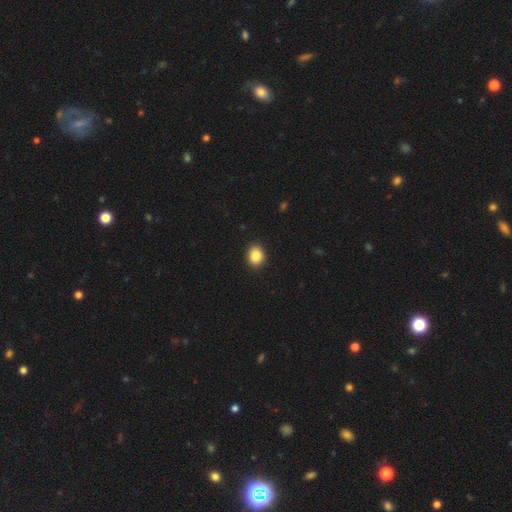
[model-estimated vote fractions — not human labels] Overall: smooth (87%). How rounded: round (52%; in between 47%). Merging: none (90%).